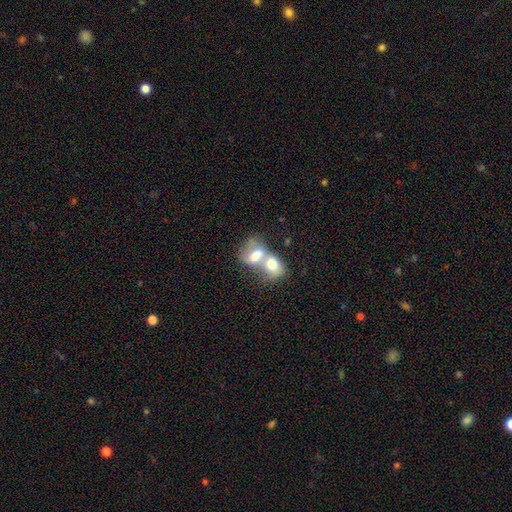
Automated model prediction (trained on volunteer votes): Overall: smooth (63%; featured or disk 29%). How rounded: in between (70%). Merging: merger (78%).